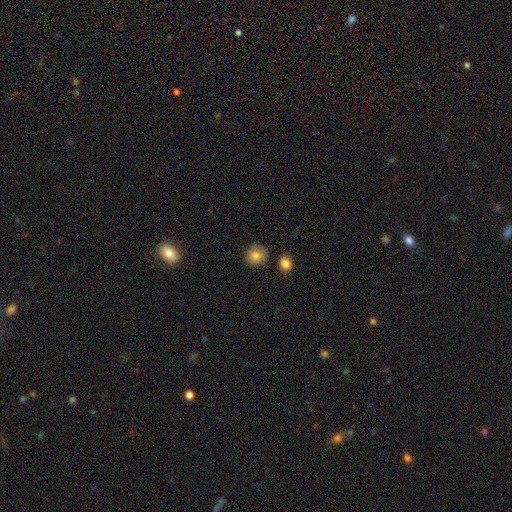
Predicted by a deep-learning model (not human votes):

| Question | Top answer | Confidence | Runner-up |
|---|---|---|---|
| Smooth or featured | smooth | 82% | featured or disk (9%) |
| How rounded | round | 84% | in between (15%) |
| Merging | none | 75% | minor disturbance (17%) |